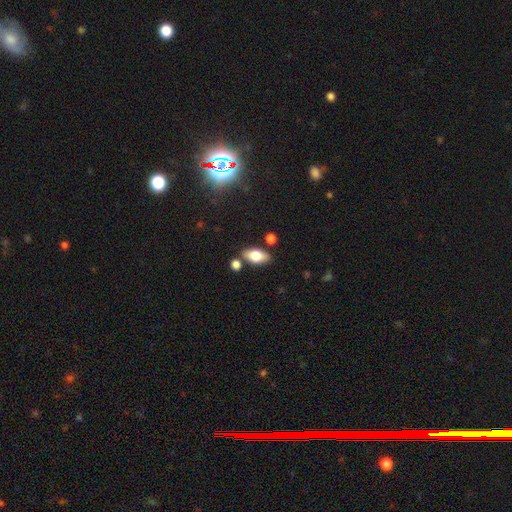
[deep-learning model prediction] This appears to be a smooth galaxy with no disk features (74%) that is in between round and cigar-shaped (89%). Merging: none (78%).